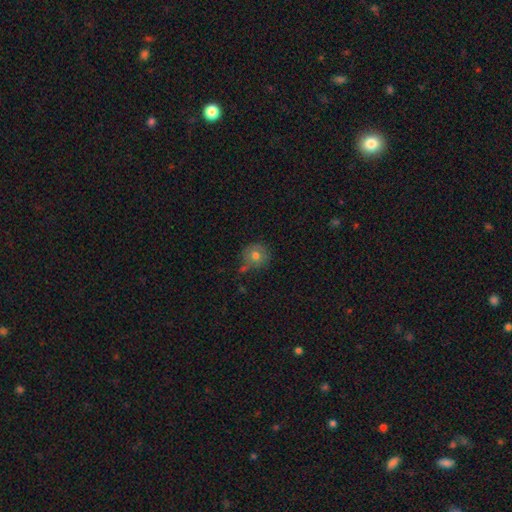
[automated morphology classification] smooth_or_featured: smooth (p=0.74) [alt: featured or disk p=0.16]
how_rounded: round (p=0.88) [alt: in between p=0.11]
merging: none (p=0.64) [alt: minor disturbance p=0.22]